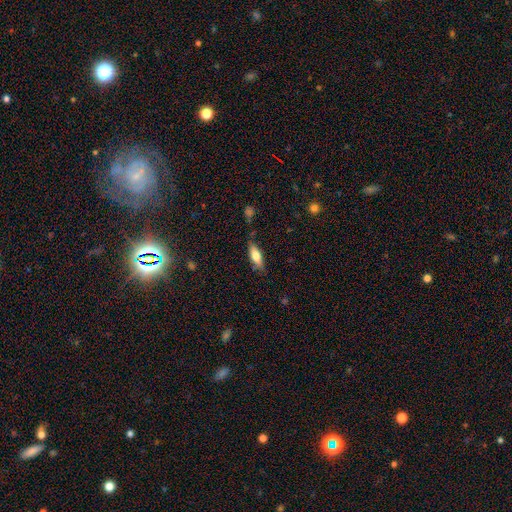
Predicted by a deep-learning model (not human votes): smooth_or_featured: smooth (p=0.69) [alt: featured or disk p=0.24]
how_rounded: in between (p=0.62) [alt: cigar-shaped p=0.36]
merging: none (p=0.77) [alt: minor disturbance p=0.17]